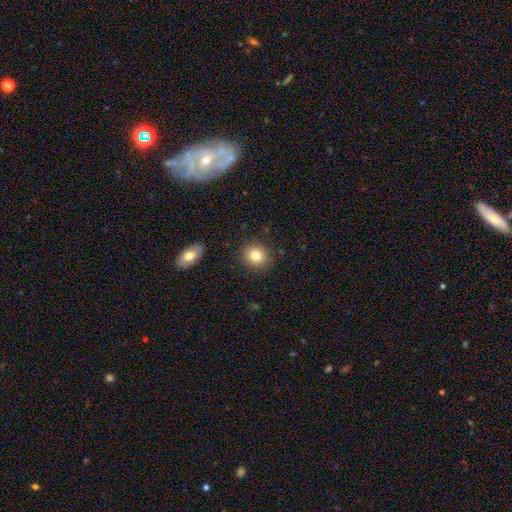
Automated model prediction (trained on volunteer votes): A smooth galaxy with no disk features (82%) that is round (82%).

Vote fractions:
- Smooth or featured? smooth: 82% / star or artifact: 10% / featured or disk: 9%
- How rounded? round: 82% / in between: 17% / cigar-shaped: 1%
- Merging? none: 88% / minor disturbance: 7% / major disturbance: 2% / merger: 2%